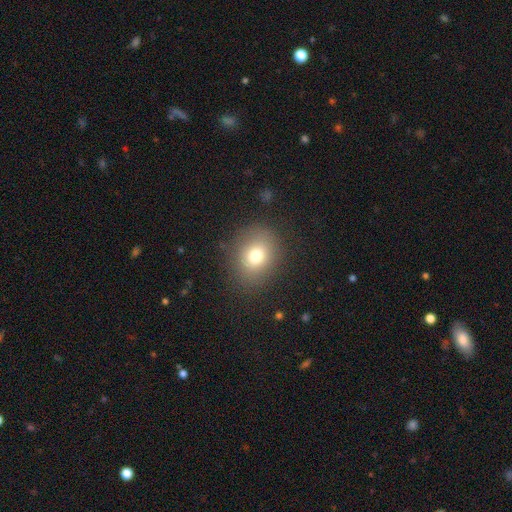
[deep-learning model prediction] Overall: smooth (74%). How rounded: round (66%; in between 33%). Merging: none (85%).